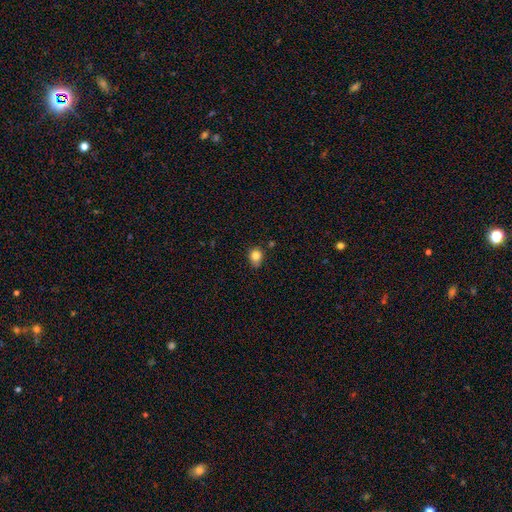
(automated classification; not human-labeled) Smooth or featured?
  - smooth: 82% *
  - star or artifact: 11%
  - featured or disk: 7%
How rounded?
  - round: 60% *
  - in between: 39%
  - cigar-shaped: 1%
Merging?
  - none: 68% *
  - minor disturbance: 24%
  - major disturbance: 4%
  - merger: 3%